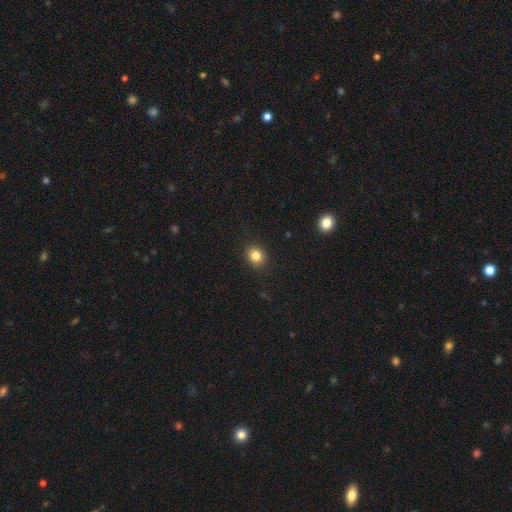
Smooth or featured? smooth (84%)
How rounded? round (72%)
Merging? none (86%)